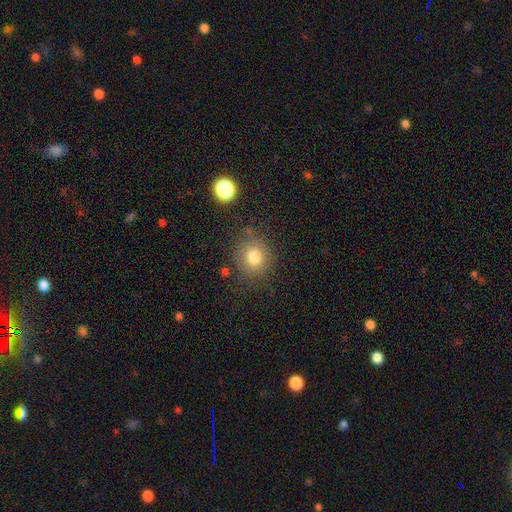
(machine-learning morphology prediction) type=smooth (78%); roundness=round (82%); merging=none (83%).